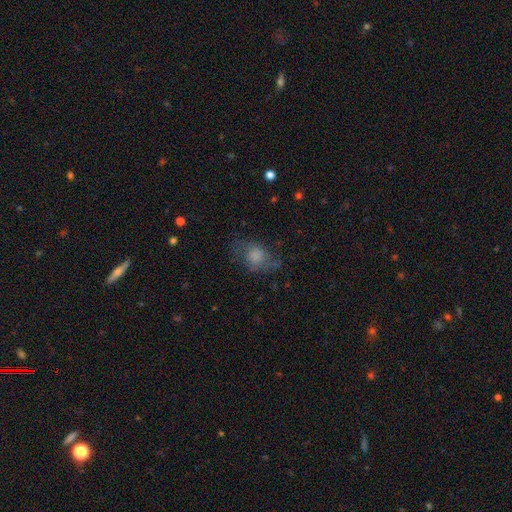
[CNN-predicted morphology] A smooth galaxy with no disk features (60%) that is in between round and cigar-shaped (56%).

Vote fractions:
- Smooth or featured? smooth: 60% / featured or disk: 27% / star or artifact: 13%
- How rounded? in between: 56% / round: 42% / cigar-shaped: 2%
- Merging? none: 52% / minor disturbance: 24% / major disturbance: 22% / merger: 2%